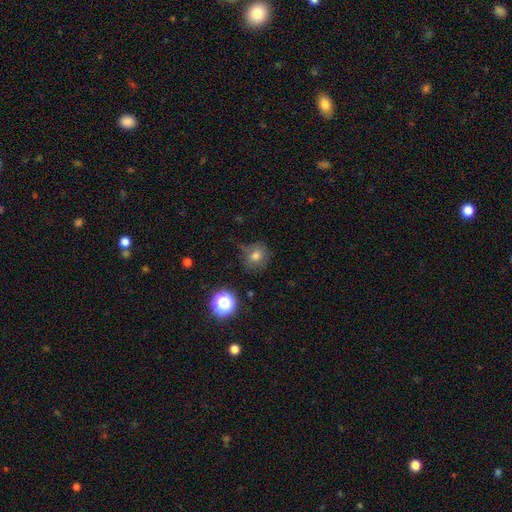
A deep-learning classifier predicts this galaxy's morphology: Q: Smooth or featured?
A: smooth (72%); runner-up: star or artifact (17%)
Q: How rounded?
A: round (79%); runner-up: in between (20%)
Q: Merging?
A: none (66%); runner-up: minor disturbance (22%)